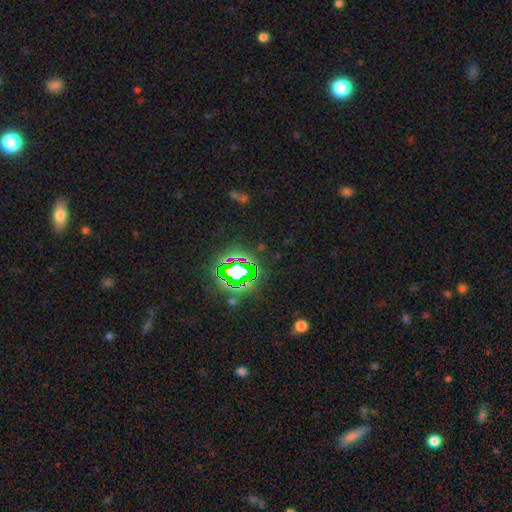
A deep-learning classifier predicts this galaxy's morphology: This appears to be a star or artifact, not a galaxy (79%).